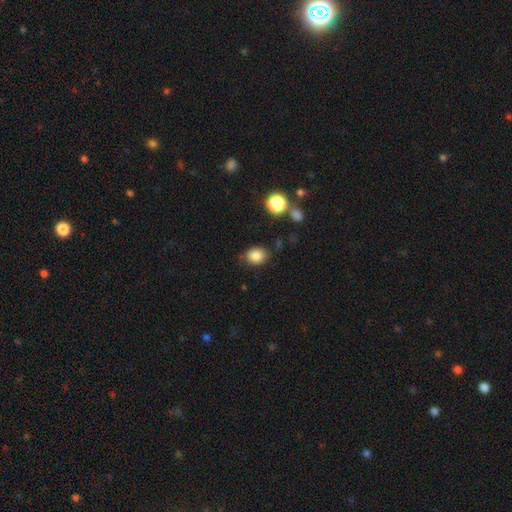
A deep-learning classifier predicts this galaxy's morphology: type=smooth (84%); roundness=in between (55%); merging=none (77%).